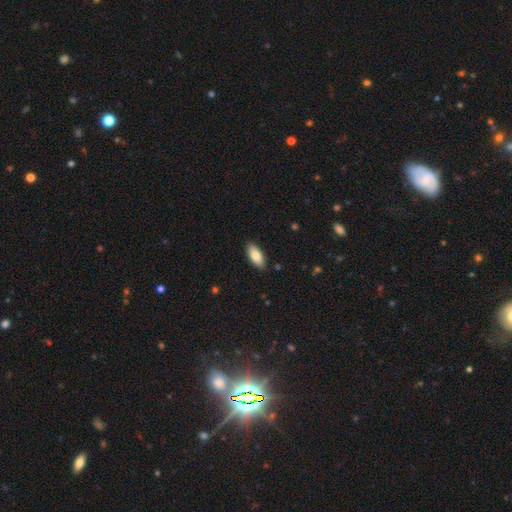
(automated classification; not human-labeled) A smooth galaxy with no disk features (84%) that is in between round and cigar-shaped (86%). Merging: none (88%).